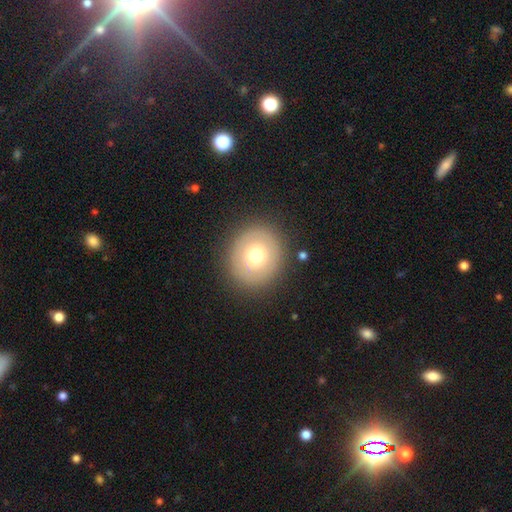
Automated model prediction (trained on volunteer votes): Smooth or featured? Predicted: smooth (p=0.68). How rounded? Predicted: round (p=0.86). Merging? Predicted: none (p=0.87).